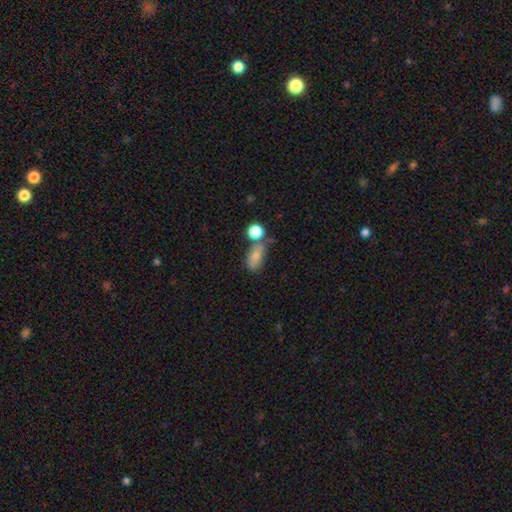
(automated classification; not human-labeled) Smooth or featured? smooth (76%)
How rounded? in between (82%)
Merging? none (46%)